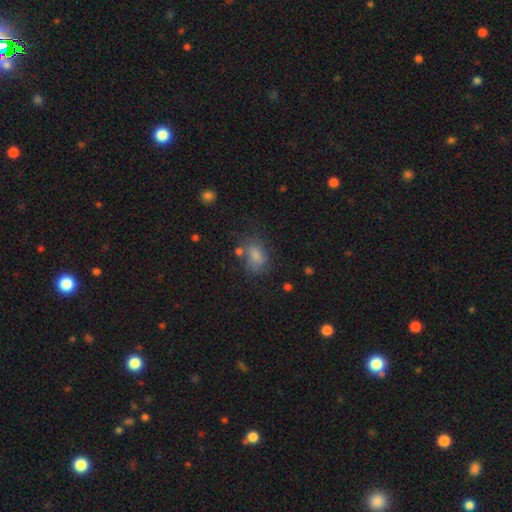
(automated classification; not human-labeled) A smooth galaxy with no disk features (77%) that is in between round and cigar-shaped (76%).

Vote fractions:
- Smooth or featured? smooth: 77% / featured or disk: 13% / star or artifact: 11%
- How rounded? in between: 76% / round: 22% / cigar-shaped: 2%
- Merging? none: 54% / minor disturbance: 24% / major disturbance: 12% / merger: 10%